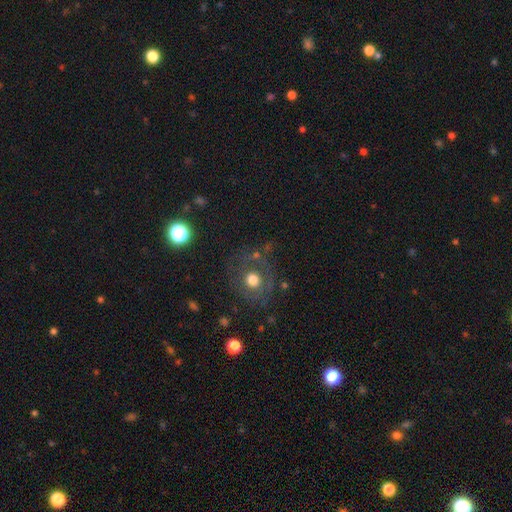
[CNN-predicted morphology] Q: Smooth or featured?
A: smooth (46%); runner-up: featured or disk (31%)
Q: Merging?
A: none (74%); runner-up: minor disturbance (13%)